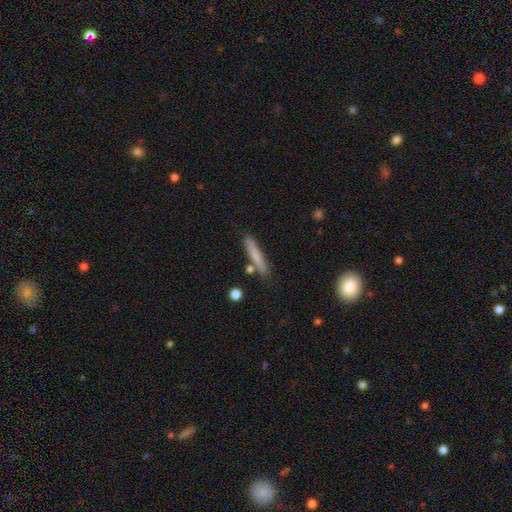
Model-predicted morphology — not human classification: smooth_or_featured: smooth (p=0.73) [alt: featured or disk p=0.21]
how_rounded: cigar-shaped (p=0.93) [alt: in between p=0.06]
merging: none (p=0.81) [alt: minor disturbance p=0.12]